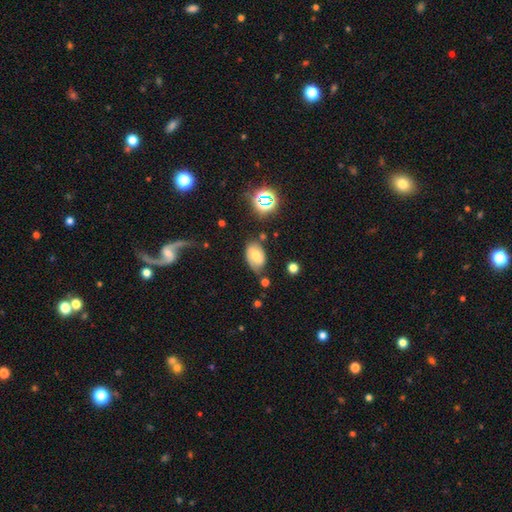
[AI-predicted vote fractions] Morphology: type=featured or disk (57%); edge-on=no (96%); bar=no (46%); spiral arms=yes (85%); bulge=moderate (57%); merging=none (63%).